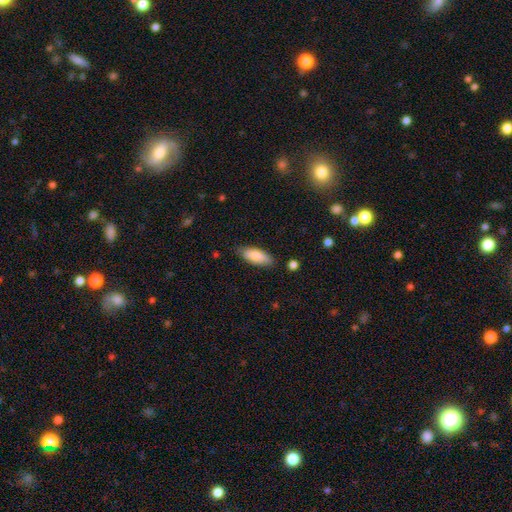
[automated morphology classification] This appears to be a smooth galaxy with no disk features (83%) that is in between round and cigar-shaped (77%). Merging: none (81%).